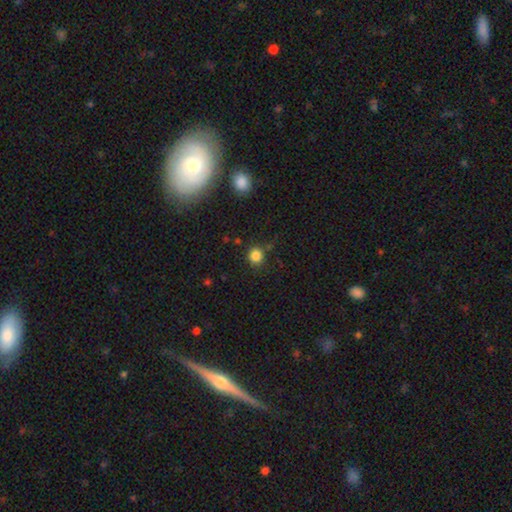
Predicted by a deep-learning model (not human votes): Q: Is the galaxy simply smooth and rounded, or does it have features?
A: smooth — 83%.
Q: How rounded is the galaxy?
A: round — 87%.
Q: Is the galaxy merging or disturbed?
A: none — 80%.